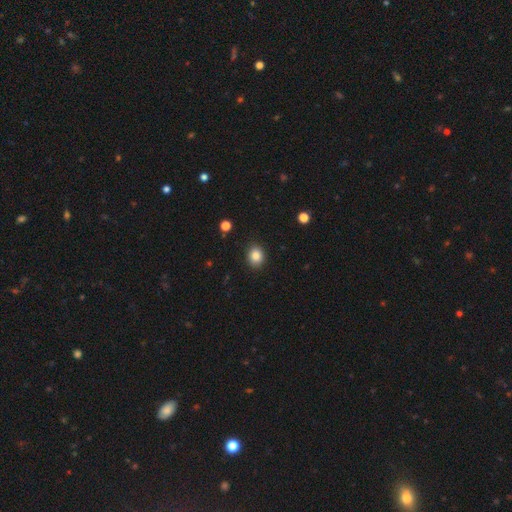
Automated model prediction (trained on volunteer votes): smooth 84%, star or artifact 10%, featured or disk 6%. Down the decision tree: how rounded — round (62%); merging — none (89%).